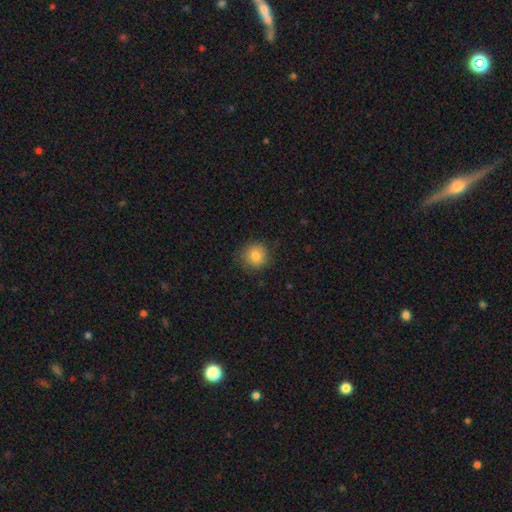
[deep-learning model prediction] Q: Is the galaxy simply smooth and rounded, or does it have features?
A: smooth — 82%.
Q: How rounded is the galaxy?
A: round — 91%.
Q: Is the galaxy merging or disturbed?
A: none — 85%.